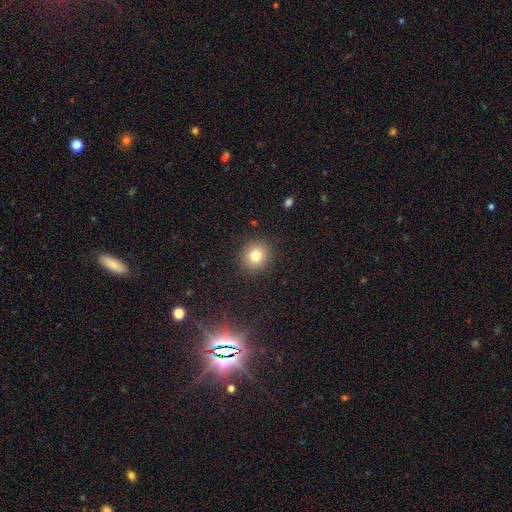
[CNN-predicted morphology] The model was most divided on "smooth or featured": smooth: 79%, star or artifact: 12%, featured or disk: 9%. More confident: merging — none (90%); how rounded — round (88%).